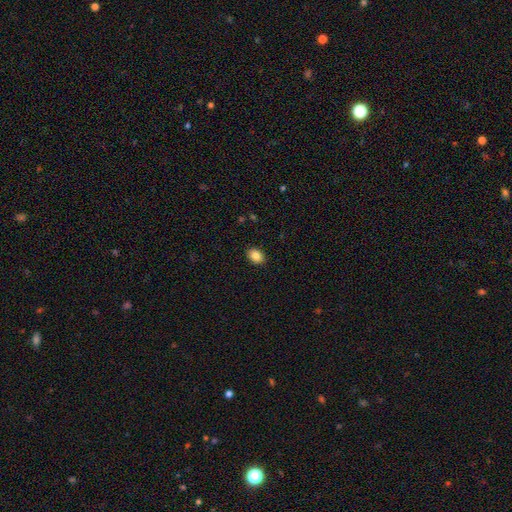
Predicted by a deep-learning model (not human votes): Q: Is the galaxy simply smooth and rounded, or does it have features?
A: smooth — 86%.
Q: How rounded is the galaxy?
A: in between — 63%.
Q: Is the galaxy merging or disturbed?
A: none — 90%.